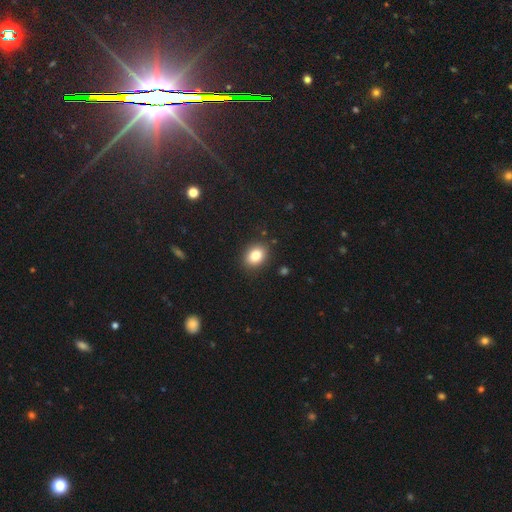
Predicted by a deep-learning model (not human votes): This appears to be a smooth galaxy with no disk features (84%) that is in between round and cigar-shaped (63%). Merging: none (88%).